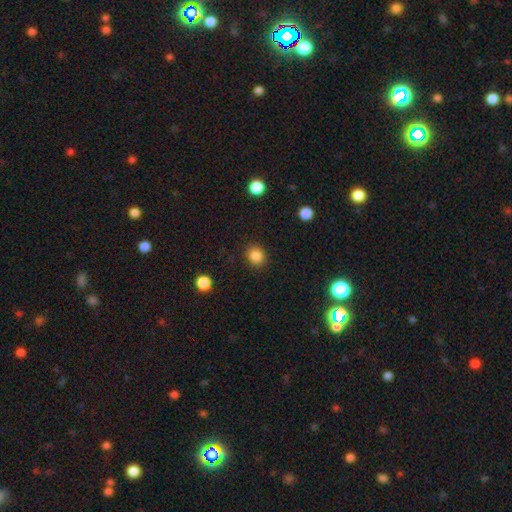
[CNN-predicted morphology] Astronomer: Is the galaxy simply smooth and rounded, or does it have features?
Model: smooth — 86%.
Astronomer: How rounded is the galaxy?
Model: round — 77%.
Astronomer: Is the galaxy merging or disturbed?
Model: none — 89%.